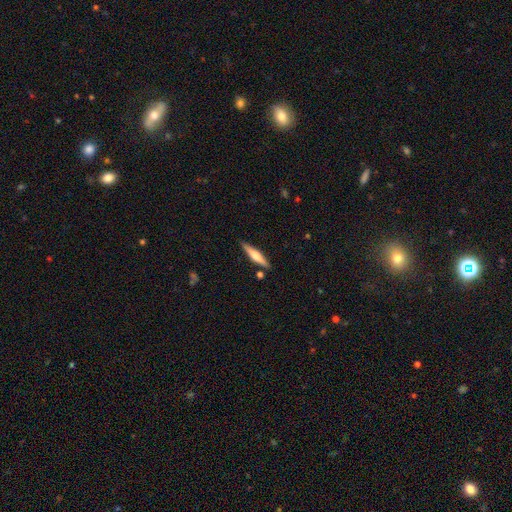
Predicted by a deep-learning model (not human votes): This is possibly a featured or disk galaxy (50%). Merging: clearly none (86%).